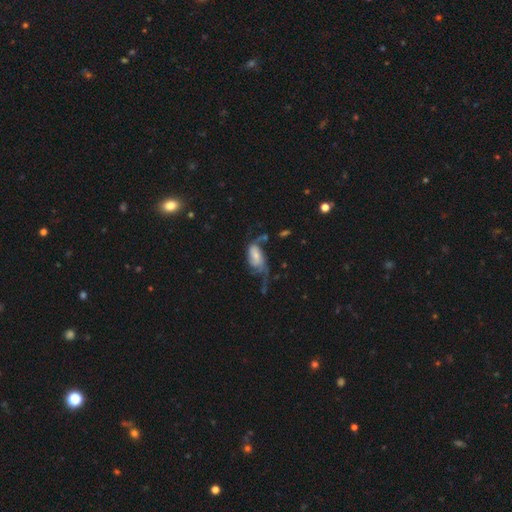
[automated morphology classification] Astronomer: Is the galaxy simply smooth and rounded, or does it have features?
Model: featured or disk — 66%.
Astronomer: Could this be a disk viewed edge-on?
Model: no — 96%.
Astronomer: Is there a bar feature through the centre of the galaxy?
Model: no — 55% (runner-up: weak, 33%).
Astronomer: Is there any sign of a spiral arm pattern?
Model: yes — 85%.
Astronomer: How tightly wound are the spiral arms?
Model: loose — 57%.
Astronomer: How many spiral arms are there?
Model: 2 — 50%.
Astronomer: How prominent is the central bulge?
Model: small — 47% (runner-up: moderate, 31%).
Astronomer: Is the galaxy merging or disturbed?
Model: major disturbance — 47% (runner-up: none, 26%).